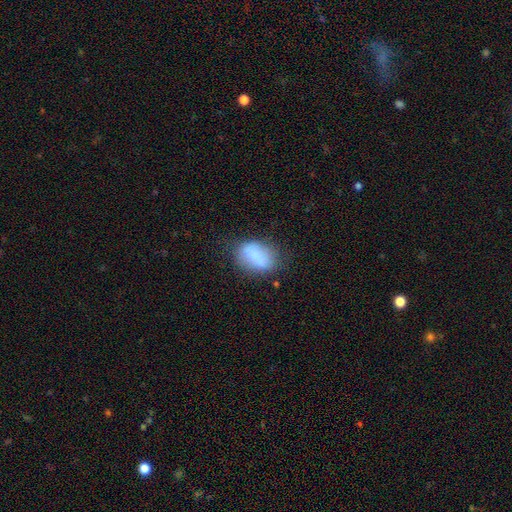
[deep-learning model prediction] Overall: smooth (77%). How rounded: in between (85%). Merging: none (60%; minor disturbance 25%).